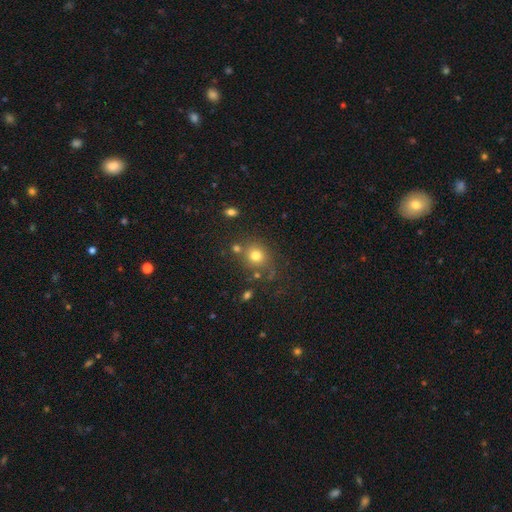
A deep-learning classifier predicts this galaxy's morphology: Smooth or featured? Predicted: smooth (p=0.76). How rounded? Predicted: round (p=0.79). Merging? Predicted: none (p=0.70).